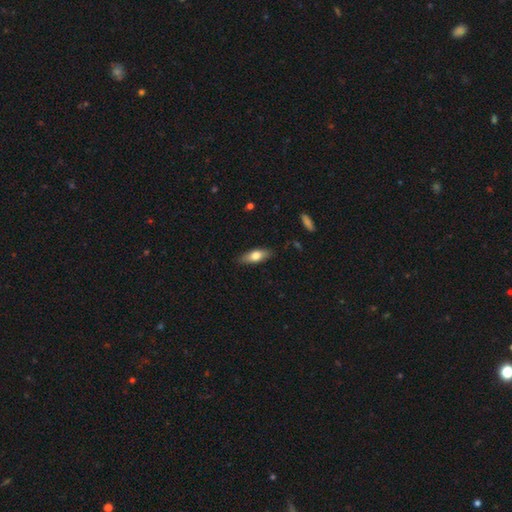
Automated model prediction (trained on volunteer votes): Smooth or featured?
  - smooth: 68% *
  - featured or disk: 25%
  - star or artifact: 6%
How rounded?
  - in between: 65% *
  - cigar-shaped: 33%
  - round: 3%
Merging?
  - none: 85% *
  - minor disturbance: 11%
  - major disturbance: 2%
  - merger: 1%